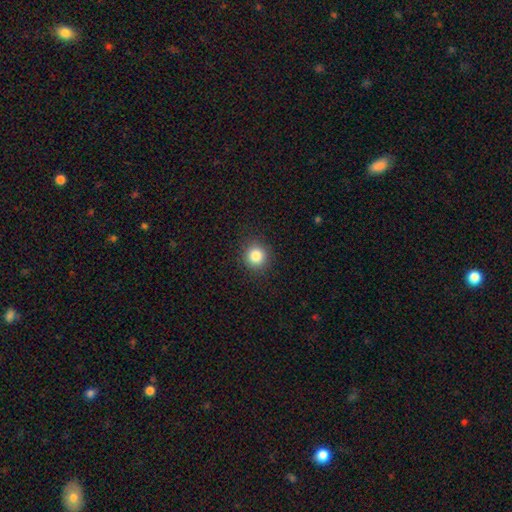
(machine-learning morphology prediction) type=smooth (85%); roundness=round (91%); merging=none (90%).